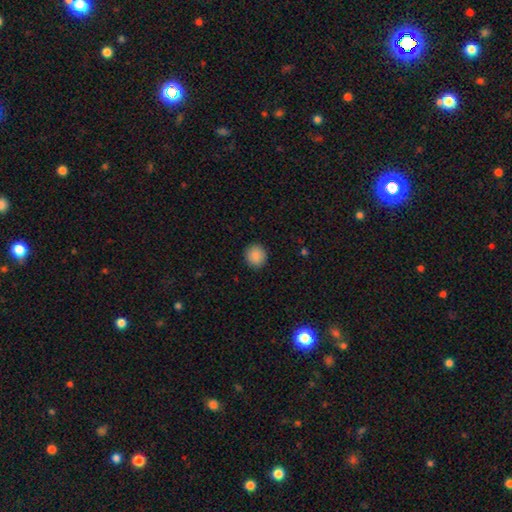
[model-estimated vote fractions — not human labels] Q: Smooth or featured?
A: smooth (89%); runner-up: star or artifact (8%)
Q: How rounded?
A: round (92%); runner-up: in between (7%)
Q: Merging?
A: none (92%); runner-up: minor disturbance (5%)